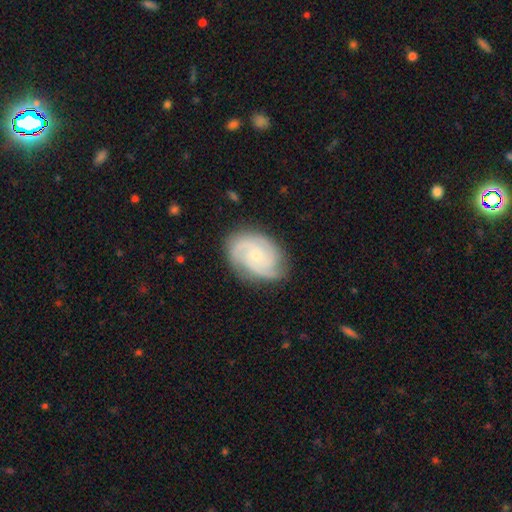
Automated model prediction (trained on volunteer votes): This appears to be a featured or disk galaxy (85%) with no bar (75%), 3 (53%) tight (58%) spiral arms (98%) and a small central bulge (76%). Merging: none (79%).